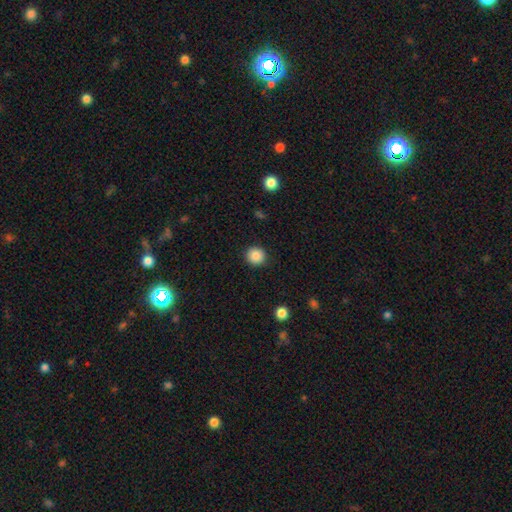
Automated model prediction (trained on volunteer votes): Q: Smooth or featured?
A: smooth (87%); runner-up: star or artifact (10%)
Q: How rounded?
A: round (92%); runner-up: in between (7%)
Q: Merging?
A: none (90%); runner-up: minor disturbance (7%)